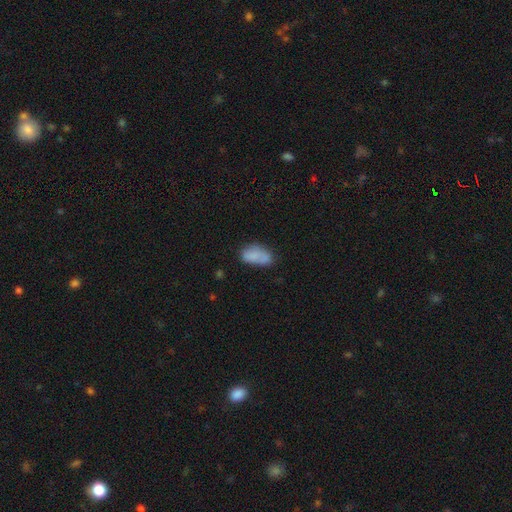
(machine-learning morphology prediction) smooth-or-featured: smooth: 77% | featured or disk: 14% | star or artifact: 9%
  how-rounded: in between: 91% | round: 6% | cigar-shaped: 4%
  merging: none: 48% | minor disturbance: 27% | merger: 14% | major disturbance: 10%